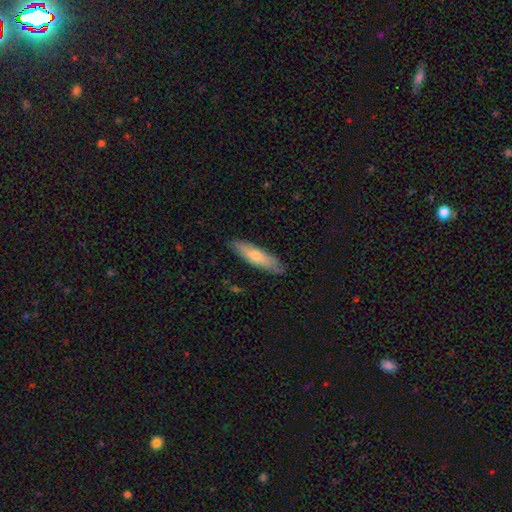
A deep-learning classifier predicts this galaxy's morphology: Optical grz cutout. It shows a smooth galaxy with no disk features (54%) that is cigar-shaped (77%). Merging: none (87%).